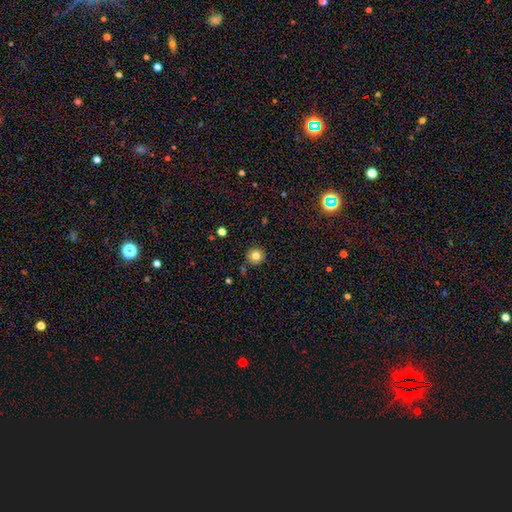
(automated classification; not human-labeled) Smooth or featured: smooth — 80% (star or artifact — 12%)
How rounded: round — 94% (in between — 5%)
Merging: none — 87% (minor disturbance — 8%)